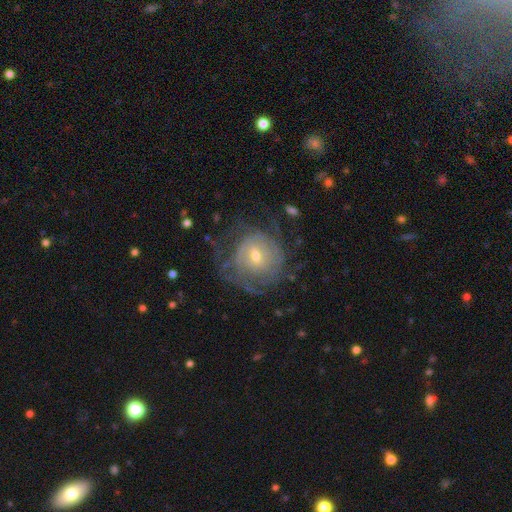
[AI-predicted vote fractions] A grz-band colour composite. It shows a featured or disk galaxy (76%) with no bar (48%), tight (66%) spiral arms (87%) and a small central bulge (54%). Merging: none (60%).